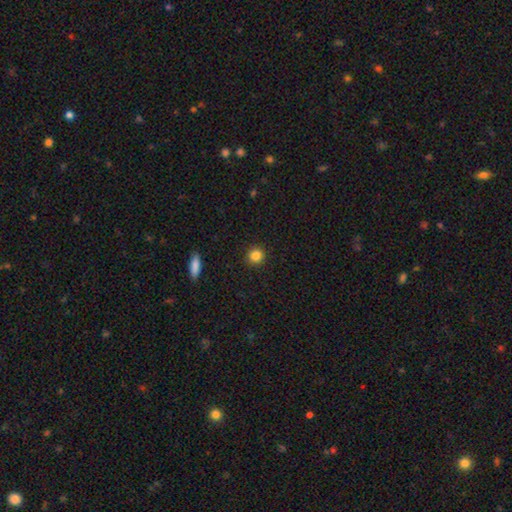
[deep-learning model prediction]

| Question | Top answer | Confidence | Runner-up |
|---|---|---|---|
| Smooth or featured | smooth | 84% | star or artifact (11%) |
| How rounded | round | 93% | in between (6%) |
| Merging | none | 92% | minor disturbance (5%) |